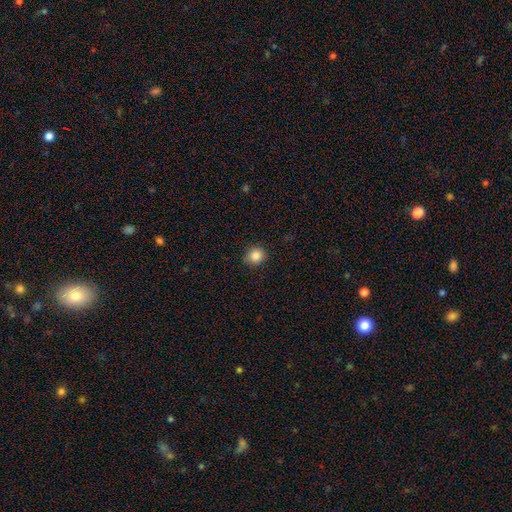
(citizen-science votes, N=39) Volunteers were most divided on "smooth or featured": smooth: 90%, featured or disk: 5%, star or artifact: 5%. More confident: merging — none (95%); how rounded — round (94%).